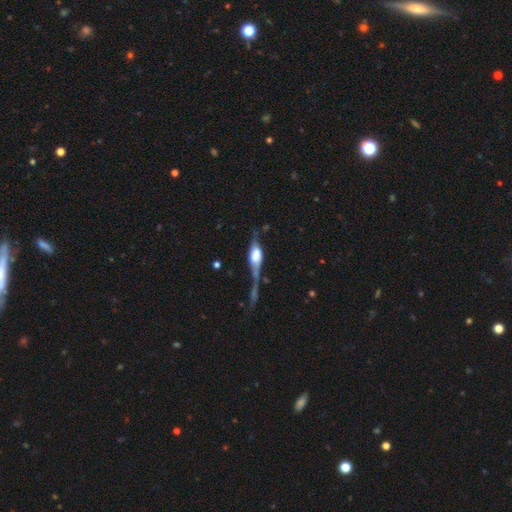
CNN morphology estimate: smooth-or-featured: featured or disk: 58% | smooth: 34% | star or artifact: 8%
  disk-edge-on: yes: 80% | no: 20%
  merging: none: 35% | major disturbance: 24% | minor disturbance: 24% | merger: 17%